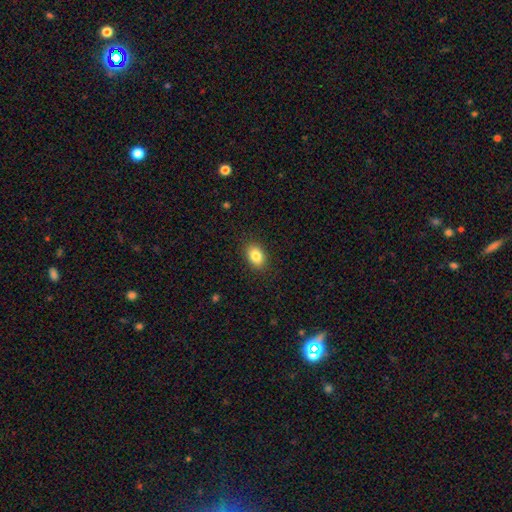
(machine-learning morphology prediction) A smooth galaxy with no disk features (84%) that is in between round and cigar-shaped (81%). Merging: none (88%).